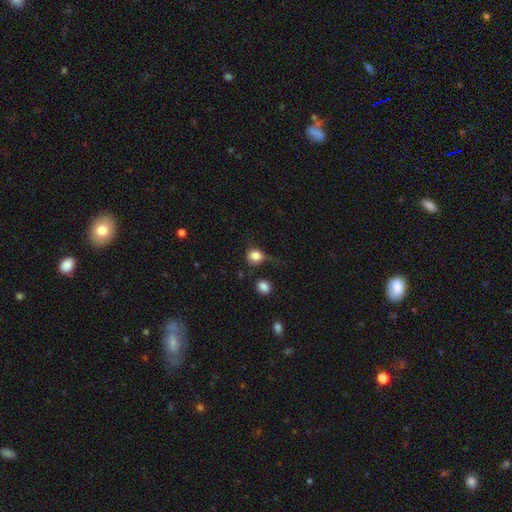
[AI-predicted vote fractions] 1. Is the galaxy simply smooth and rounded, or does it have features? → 81% smooth, 10% star or artifact, 9% featured or disk.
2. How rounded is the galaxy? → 77% round, 21% in between, 1% cigar-shaped.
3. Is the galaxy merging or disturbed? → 46% none, 28% minor disturbance, 19% major disturbance, 7% merger.